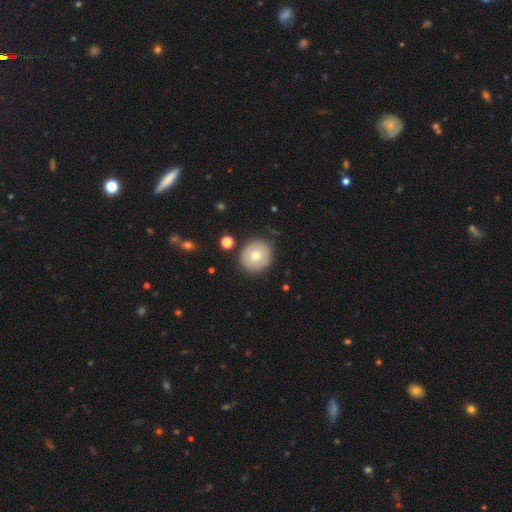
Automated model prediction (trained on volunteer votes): A smooth galaxy with no disk features (69%) that is round (82%). Merging: none (84%).